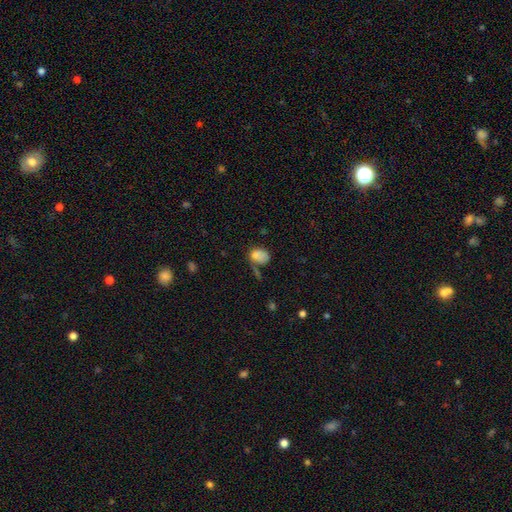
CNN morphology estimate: A smooth galaxy with no disk features (76%) that is in between round and cigar-shaped (66%).

Vote fractions:
- Smooth or featured? smooth: 76% / featured or disk: 13% / star or artifact: 11%
- How rounded? in between: 66% / round: 33% / cigar-shaped: 1%
- Merging? none: 41% / minor disturbance: 24% / major disturbance: 18% / merger: 17%